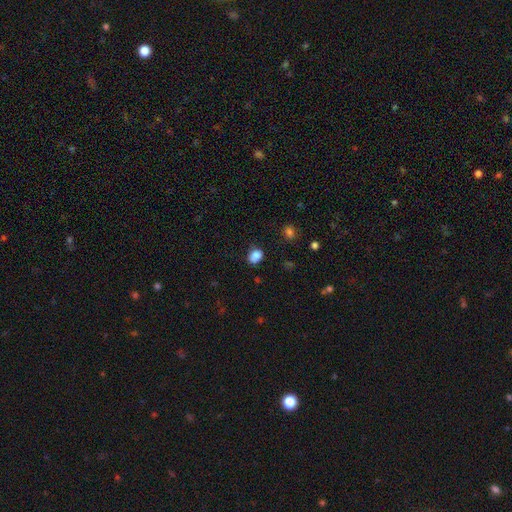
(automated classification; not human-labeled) Smooth or featured?
  - smooth: 86% *
  - star or artifact: 10%
  - featured or disk: 5%
How rounded?
  - in between: 63% *
  - round: 35%
  - cigar-shaped: 1%
Merging?
  - none: 74% *
  - minor disturbance: 20%
  - major disturbance: 4%
  - merger: 2%